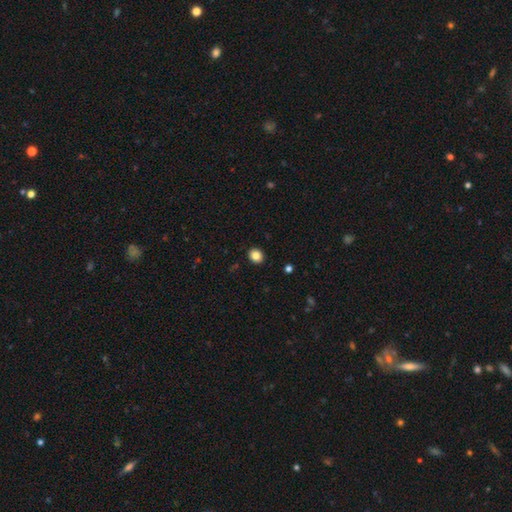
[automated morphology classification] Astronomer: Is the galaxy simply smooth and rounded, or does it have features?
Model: smooth — 85%.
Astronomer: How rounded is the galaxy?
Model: round — 66%.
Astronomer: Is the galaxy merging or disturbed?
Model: none — 92%.